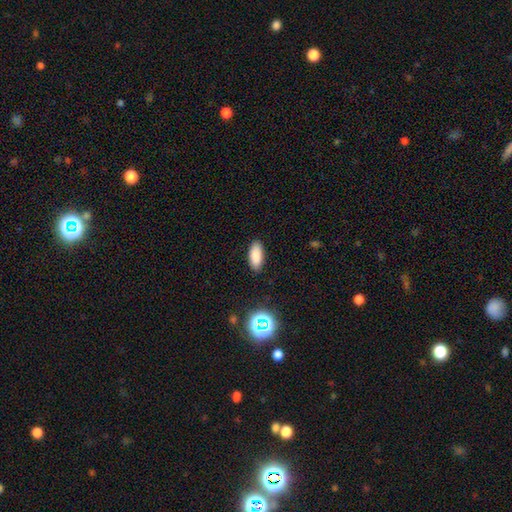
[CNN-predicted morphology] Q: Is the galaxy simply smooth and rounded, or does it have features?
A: smooth — 86%.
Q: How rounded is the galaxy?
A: in between — 84%.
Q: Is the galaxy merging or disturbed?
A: none — 89%.